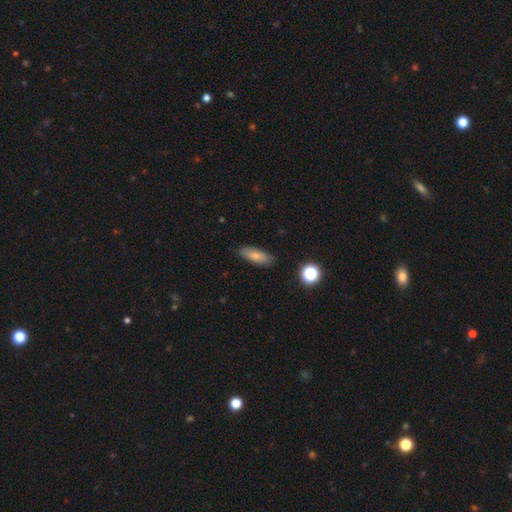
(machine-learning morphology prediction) This appears to be a smooth galaxy with no disk features (80%) that is in between round and cigar-shaped (67%). Merging: none (85%).